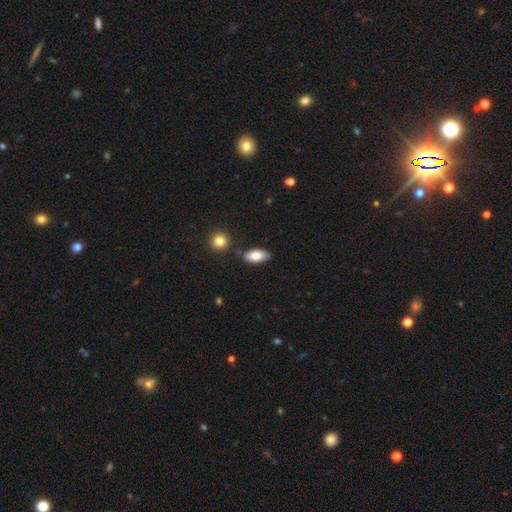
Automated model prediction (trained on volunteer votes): smooth-or-featured: smooth: 80% | featured or disk: 14% | star or artifact: 7%
  how-rounded: in between: 89% | cigar-shaped: 9% | round: 3%
  merging: none: 81% | minor disturbance: 12% | merger: 5% | major disturbance: 3%